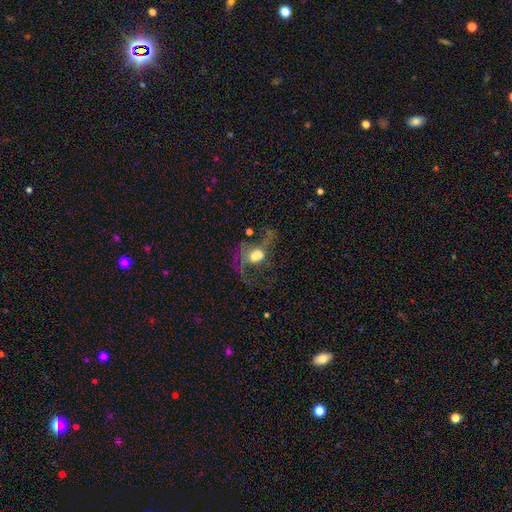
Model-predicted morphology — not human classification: Overall: featured or disk (58%; smooth 30%). Edge-on disk: no (96%). Bar: no (67%). Spiral arms: yes (61%; no 39%). Bulge size: moderate (51%; large 29%). Merging: major disturbance (51%; none 25%).